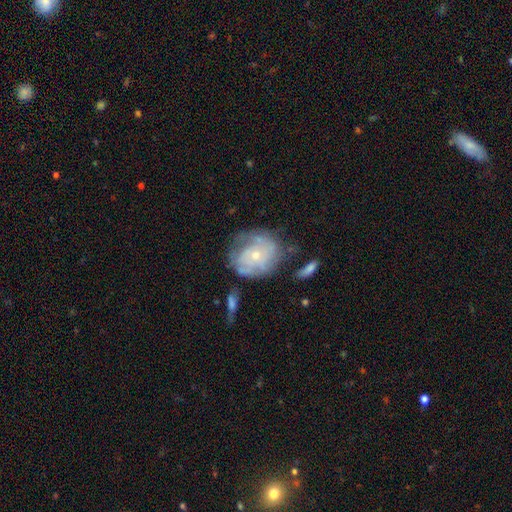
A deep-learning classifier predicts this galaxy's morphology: Smooth or featured?
  - featured or disk: 62% *
  - smooth: 30%
  - star or artifact: 8%
Edge-on disk?
  - no: 96% *
  - yes: 4%
Bar?
  - no: 83% *
  - weak: 15%
  - strong: 2%
Spiral arms?
  - yes: 64% *
  - no: 36%
Bulge size?
  - small: 64% *
  - moderate: 32%
  - large: 2%
  - none: 2%
  - dominant: 1%
Merging?
  - none: 52% *
  - minor disturbance: 26%
  - major disturbance: 16%
  - merger: 6%